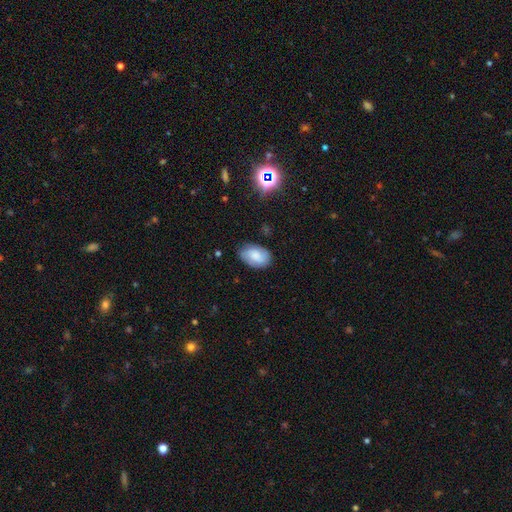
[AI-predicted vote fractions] A smooth galaxy with no disk features (62%) that is in between round and cigar-shaped (89%).

Vote fractions:
- Smooth or featured? smooth: 62% / featured or disk: 29% / star or artifact: 9%
- How rounded? in between: 89% / round: 10% / cigar-shaped: 1%
- Merging? none: 79% / minor disturbance: 16% / major disturbance: 4% / merger: 1%